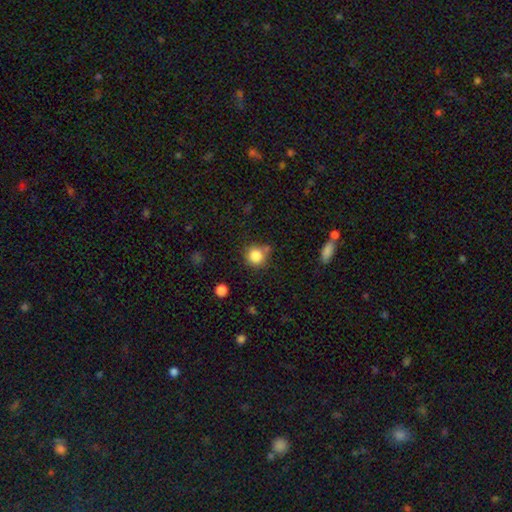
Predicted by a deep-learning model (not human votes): Smooth or featured? Predicted: smooth (p=0.84). How rounded? Predicted: round (p=0.91). Merging? Predicted: none (p=0.71).